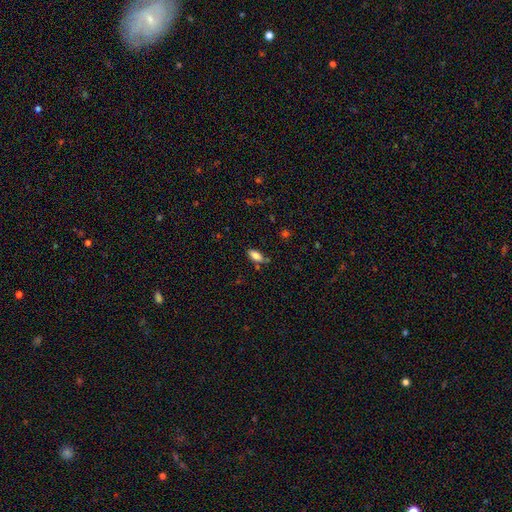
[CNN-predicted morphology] smooth-or-featured: smooth: 84% | star or artifact: 8% | featured or disk: 8%
  how-rounded: in between: 89% | cigar-shaped: 9% | round: 3%
  merging: none: 72% | minor disturbance: 19% | merger: 5% | major disturbance: 4%